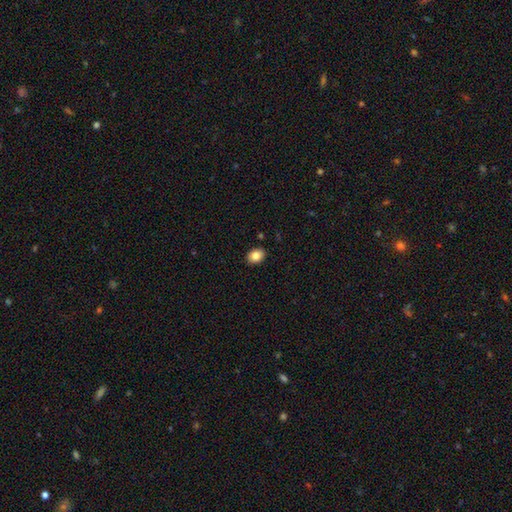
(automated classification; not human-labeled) A smooth galaxy with no disk features (83%) that is in between round and cigar-shaped (65%). Merging: none (89%).